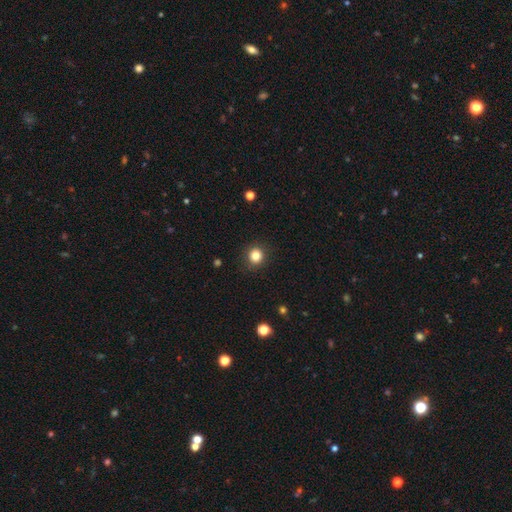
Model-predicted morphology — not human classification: smooth_or_featured: smooth (p=0.83) [alt: star or artifact p=0.12]
how_rounded: round (p=0.90) [alt: in between p=0.09]
merging: none (p=0.91) [alt: minor disturbance p=0.06]